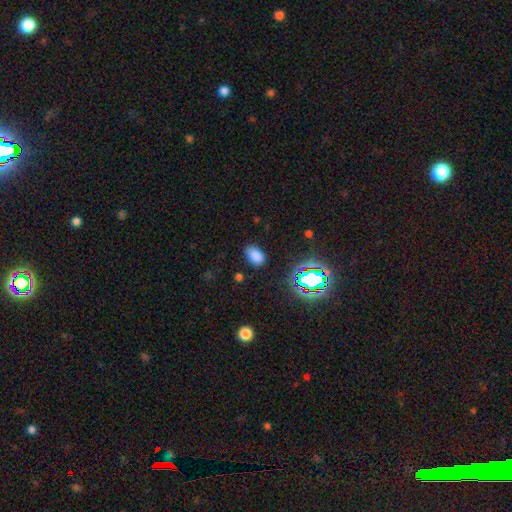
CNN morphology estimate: Smooth or featured: smooth — 75% (star or artifact — 18%)
How rounded: in between — 88% (round — 11%)
Merging: none — 80% (minor disturbance — 15%)